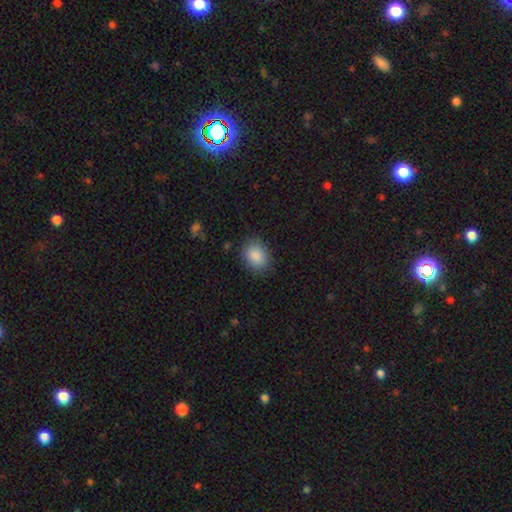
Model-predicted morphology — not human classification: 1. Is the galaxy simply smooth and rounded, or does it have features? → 88% smooth, 8% star or artifact, 4% featured or disk.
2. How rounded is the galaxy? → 60% in between, 39% round, 1% cigar-shaped.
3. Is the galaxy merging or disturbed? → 83% none, 12% minor disturbance, 3% major disturbance, 1% merger.